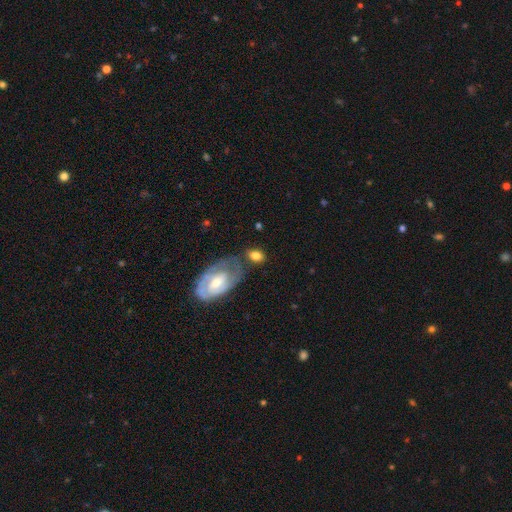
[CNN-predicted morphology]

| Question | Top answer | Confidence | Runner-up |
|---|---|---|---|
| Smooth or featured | smooth | 66% | featured or disk (27%) |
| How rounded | in between | 80% | round (17%) |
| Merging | none | 59% | minor disturbance (20%) |